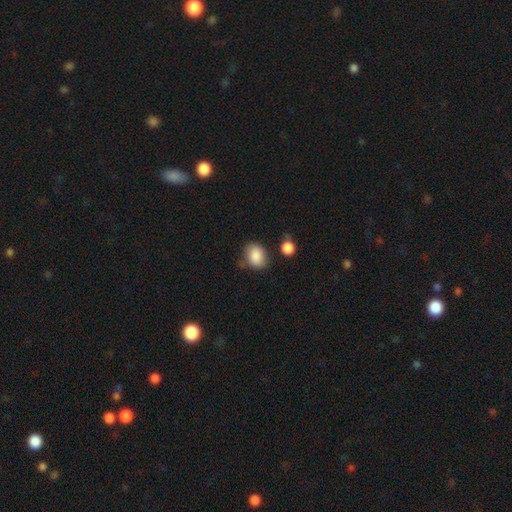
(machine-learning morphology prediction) Q: Smooth or featured?
A: smooth (87%); runner-up: star or artifact (7%)
Q: How rounded?
A: in between (57%); runner-up: round (42%)
Q: Merging?
A: none (65%); runner-up: minor disturbance (21%)